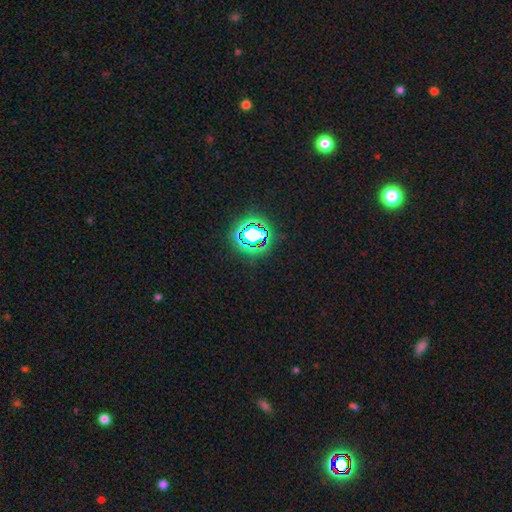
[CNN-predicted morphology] smooth-or-featured: star or artifact: 79% | smooth: 14% | featured or disk: 7%